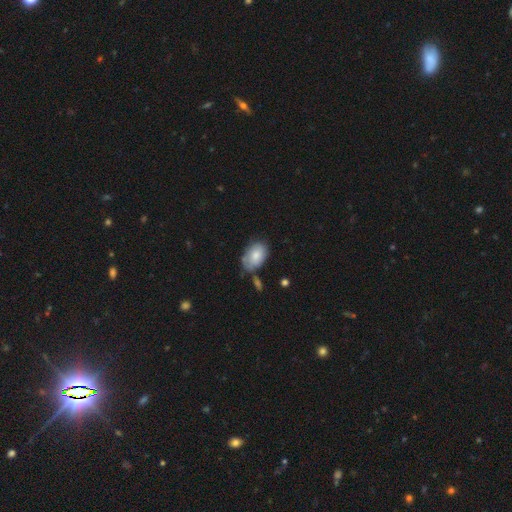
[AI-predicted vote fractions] smooth 76%, featured or disk 18%, star or artifact 6%. Down the decision tree: how rounded — in between (86%); merging — none (58%).